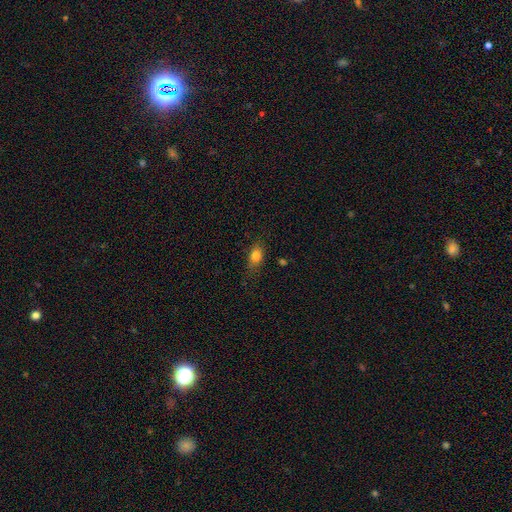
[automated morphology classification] A smooth galaxy with no disk features (81%) that is in between round and cigar-shaped (73%).

Vote fractions:
- Smooth or featured? smooth: 81% / star or artifact: 10% / featured or disk: 9%
- How rounded? in between: 73% / round: 21% / cigar-shaped: 6%
- Merging? none: 74% / minor disturbance: 19% / major disturbance: 5% / merger: 2%